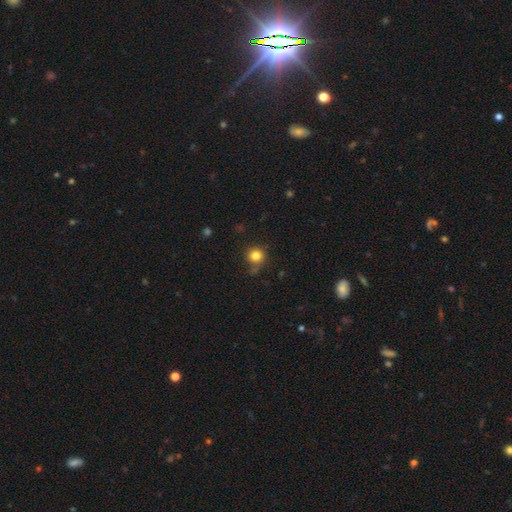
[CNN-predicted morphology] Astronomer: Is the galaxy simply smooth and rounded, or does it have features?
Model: smooth — 83%.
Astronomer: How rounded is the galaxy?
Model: round — 93%.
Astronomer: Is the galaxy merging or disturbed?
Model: none — 78%.